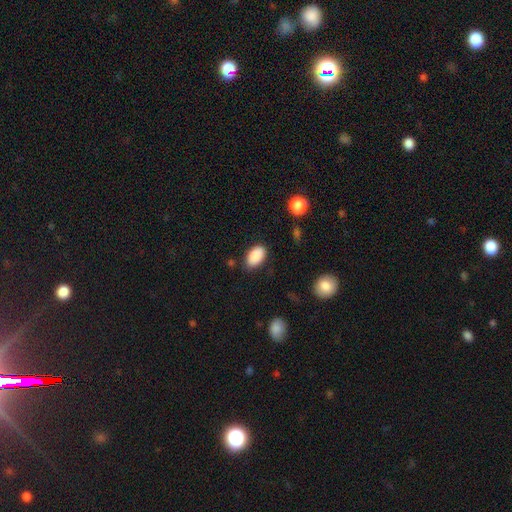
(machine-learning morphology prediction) Overall: smooth (89%). How rounded: in between (93%). Merging: none (83%).